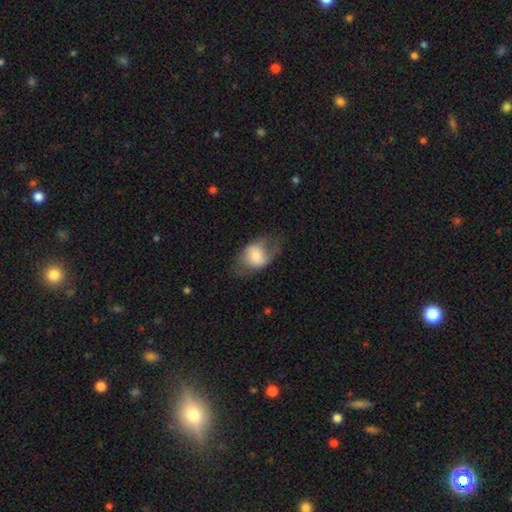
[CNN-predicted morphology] type=smooth (54%); roundness=in between (70%); merging=none (53%).